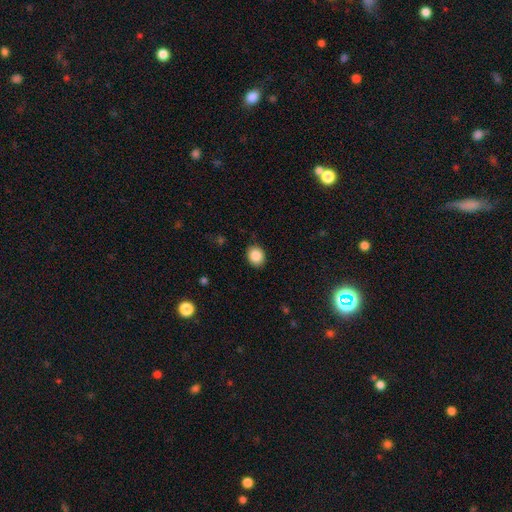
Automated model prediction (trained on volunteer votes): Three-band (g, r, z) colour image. It shows a smooth galaxy with no disk features (87%) that is round (63%). Merging: none (89%).